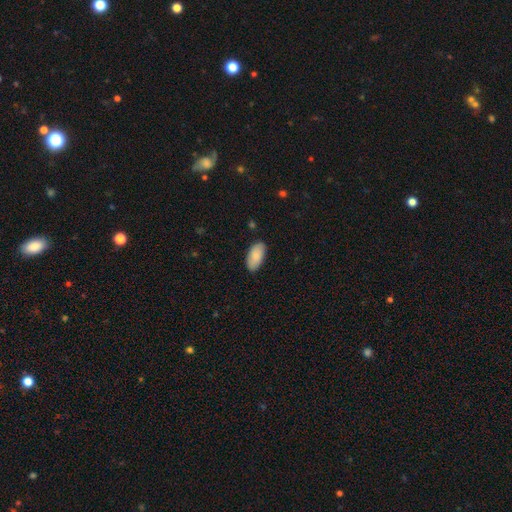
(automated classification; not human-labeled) Smooth or featured?
  - smooth: 86% *
  - featured or disk: 8%
  - star or artifact: 6%
How rounded?
  - in between: 94% *
  - cigar-shaped: 4%
  - round: 2%
Merging?
  - none: 86% *
  - minor disturbance: 11%
  - major disturbance: 2%
  - merger: 1%